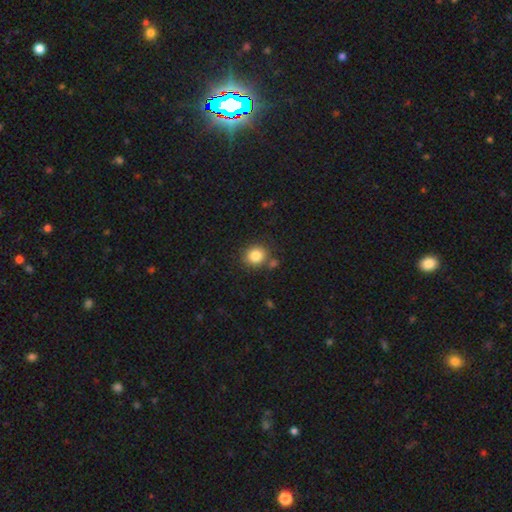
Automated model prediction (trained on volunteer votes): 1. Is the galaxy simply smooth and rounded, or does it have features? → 84% smooth, 10% star or artifact, 6% featured or disk.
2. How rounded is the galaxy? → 81% round, 18% in between, 1% cigar-shaped.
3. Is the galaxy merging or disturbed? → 78% none, 10% minor disturbance, 9% merger, 3% major disturbance.